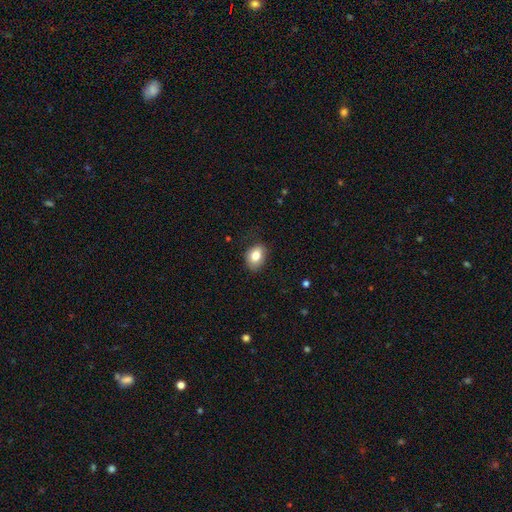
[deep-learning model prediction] smooth-or-featured: smooth: 82% | featured or disk: 10% | star or artifact: 8%
  how-rounded: in between: 72% | round: 27% | cigar-shaped: 1%
  merging: none: 76% | minor disturbance: 19% | major disturbance: 4% | merger: 1%